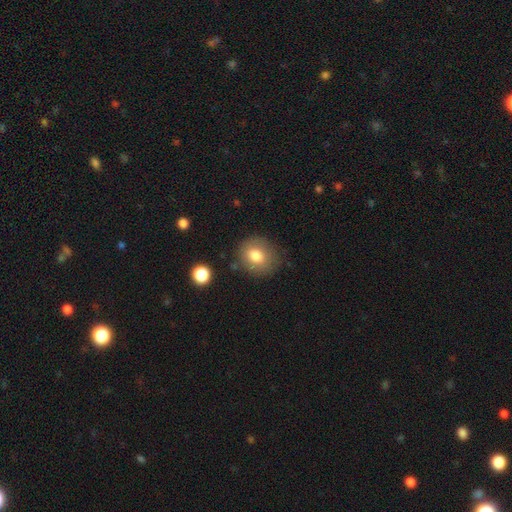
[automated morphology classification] A smooth galaxy with no disk features (79%) that is round (72%). Merging: none (79%).